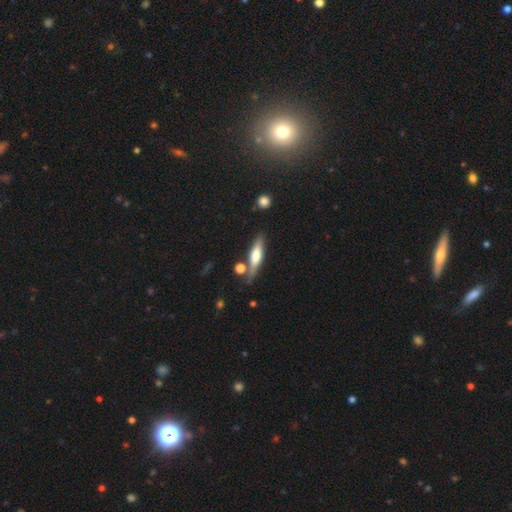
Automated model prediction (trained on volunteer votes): Smooth or featured? Predicted: smooth (p=0.55). How rounded? Predicted: cigar-shaped (p=0.73). Merging? Predicted: none (p=0.71).